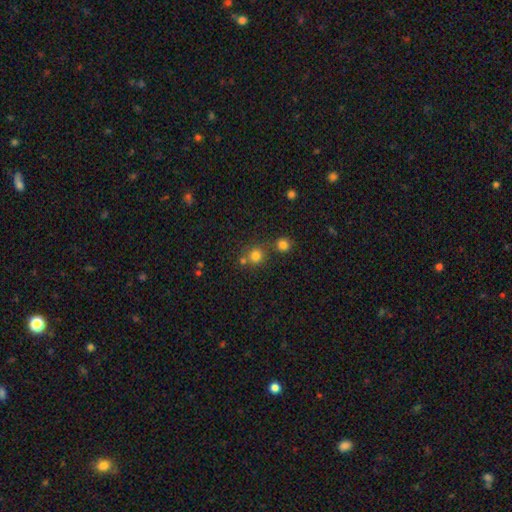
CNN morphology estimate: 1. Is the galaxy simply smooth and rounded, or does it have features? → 77% smooth, 16% star or artifact, 7% featured or disk.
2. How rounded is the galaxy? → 91% round, 8% in between, 1% cigar-shaped.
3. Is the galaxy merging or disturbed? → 68% none, 21% merger, 8% minor disturbance, 3% major disturbance.